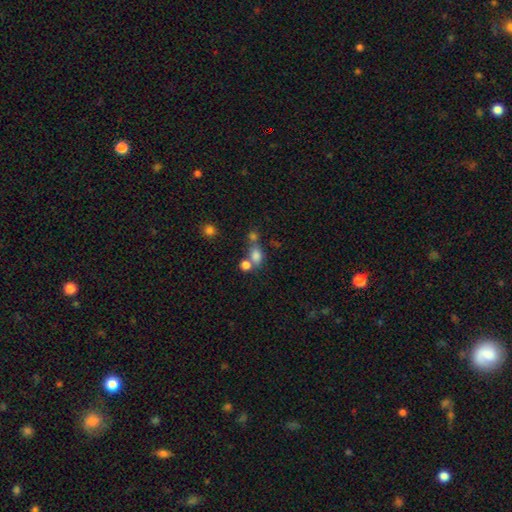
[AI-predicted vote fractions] smooth-or-featured: smooth: 76% | star or artifact: 14% | featured or disk: 10%
  how-rounded: in between: 60% | round: 38% | cigar-shaped: 3%
  merging: merger: 43% | none: 39% | minor disturbance: 11% | major disturbance: 7%